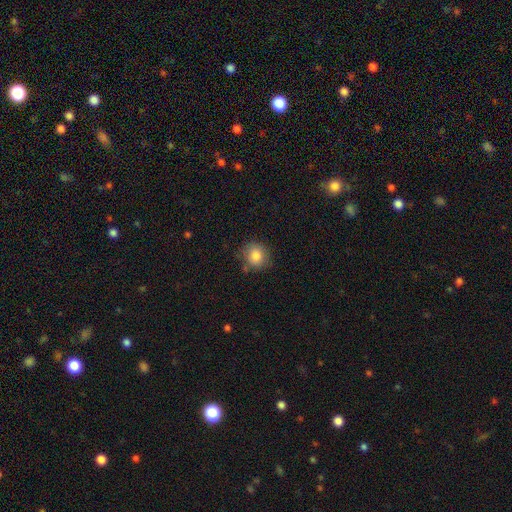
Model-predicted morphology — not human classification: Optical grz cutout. It shows a smooth galaxy with no disk features (83%) that is round (85%). Merging: none (77%).